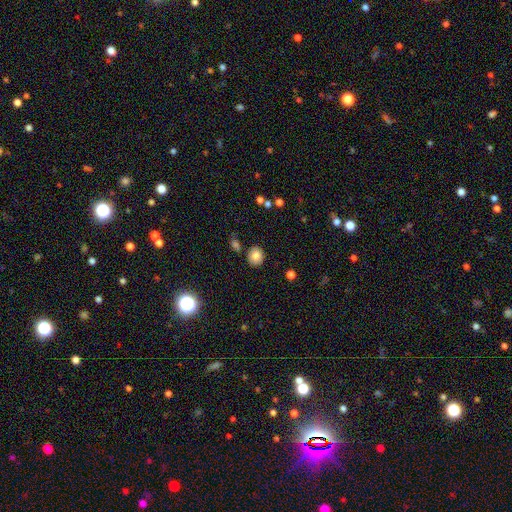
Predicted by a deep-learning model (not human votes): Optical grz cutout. It shows a smooth galaxy with no disk features (80%) that is round (74%). Merging: none (84%).